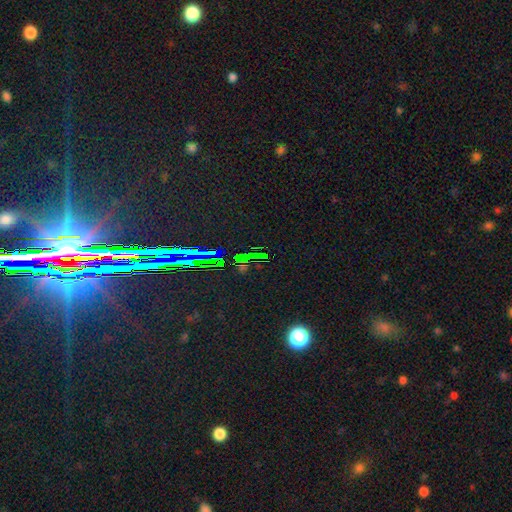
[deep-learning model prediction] Smooth or featured? Predicted: star or artifact (p=0.74).